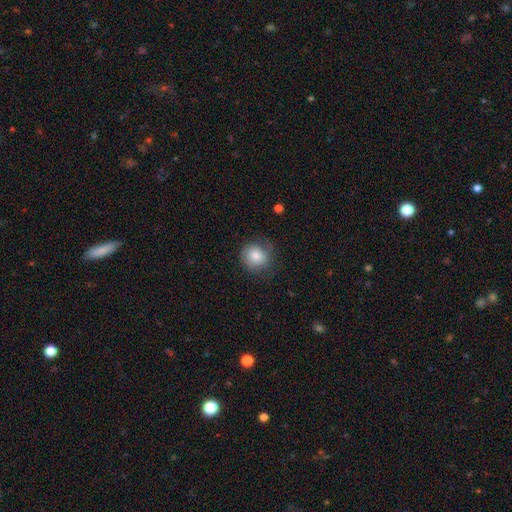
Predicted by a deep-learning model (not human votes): Q: Smooth or featured?
A: smooth (79%); runner-up: featured or disk (13%)
Q: How rounded?
A: round (84%); runner-up: in between (15%)
Q: Merging?
A: none (70%); runner-up: minor disturbance (21%)